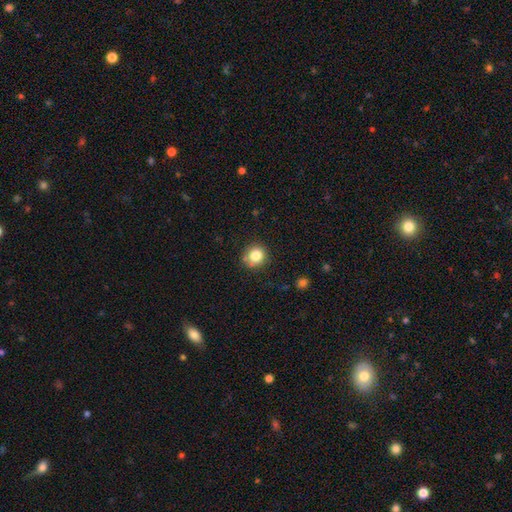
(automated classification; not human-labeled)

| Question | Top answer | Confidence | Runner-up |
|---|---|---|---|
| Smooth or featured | smooth | 81% | star or artifact (11%) |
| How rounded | round | 89% | in between (10%) |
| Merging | none | 81% | minor disturbance (12%) |